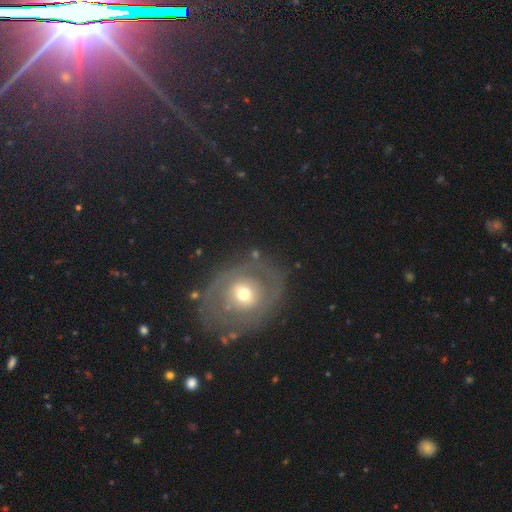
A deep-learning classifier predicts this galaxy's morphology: Smooth or featured? Predicted: featured or disk (p=0.58). Edge-on disk? Predicted: no (p=0.95). Bar? Predicted: no (p=0.76). Spiral arms? Predicted: no (p=0.55). Bulge size? Predicted: moderate (p=0.61). Merging? Predicted: none (p=0.72).